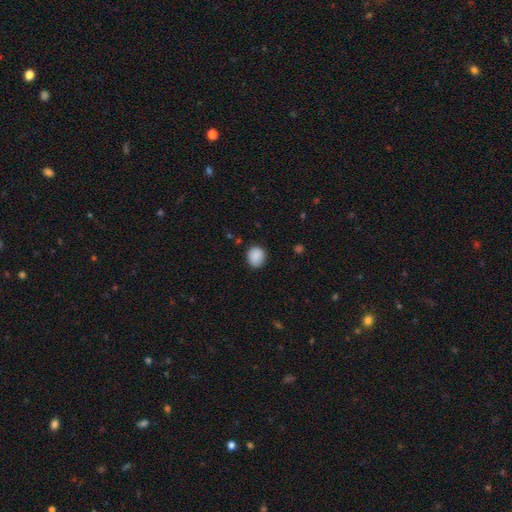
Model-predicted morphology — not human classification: This appears to be a smooth galaxy with no disk features (89%) that is round (72%). Merging: none (84%).